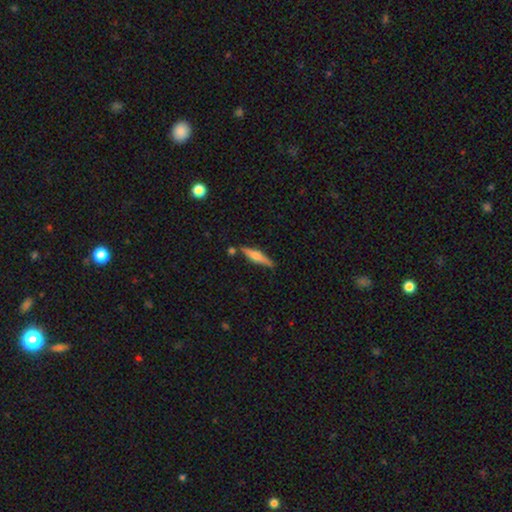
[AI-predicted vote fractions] The model was most divided on "smooth or featured": featured or disk: 52%, smooth: 42%, star or artifact: 6%. More confident: edge-on disk — yes (96%); merging — none (82%).